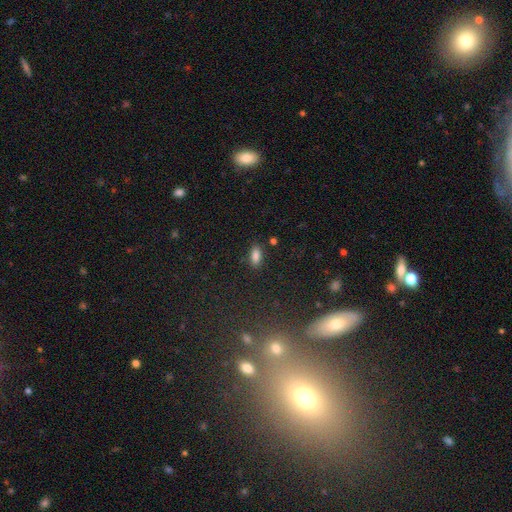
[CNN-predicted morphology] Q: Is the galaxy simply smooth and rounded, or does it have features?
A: smooth — 84%.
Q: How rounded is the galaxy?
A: in between — 88%.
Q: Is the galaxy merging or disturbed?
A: none — 86%.